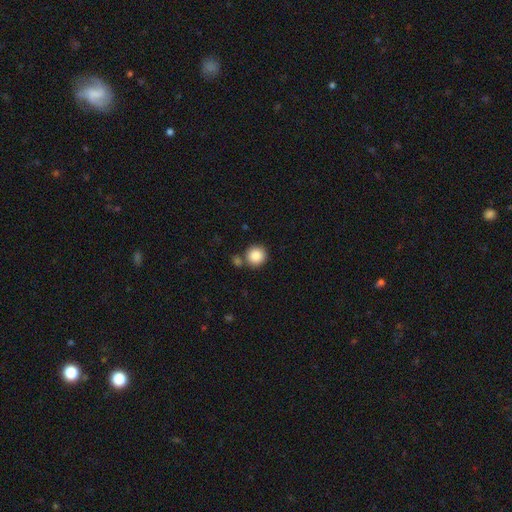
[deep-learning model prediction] The model was most divided on "merging": none: 73%, merger: 16%, minor disturbance: 8%, major disturbance: 3%. More confident: how rounded — round (93%); smooth or featured — smooth (87%).